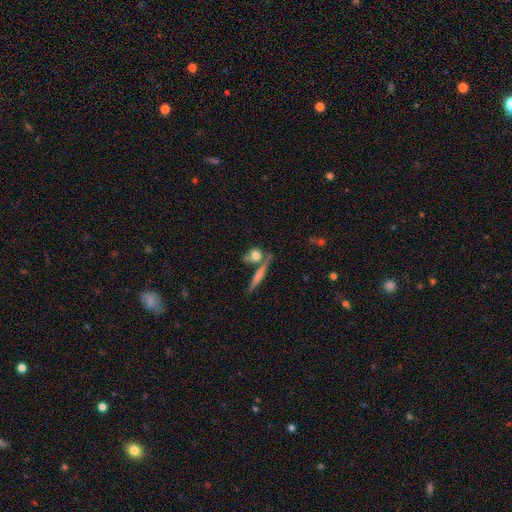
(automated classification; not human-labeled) A smooth galaxy with no disk features (70%) that is round (48%).

Vote fractions:
- Smooth or featured? smooth: 70% / featured or disk: 21% / star or artifact: 8%
- How rounded? round: 48% / cigar-shaped: 27% / in between: 25%
- Merging? none: 58% / merger: 23% / minor disturbance: 13% / major disturbance: 6%